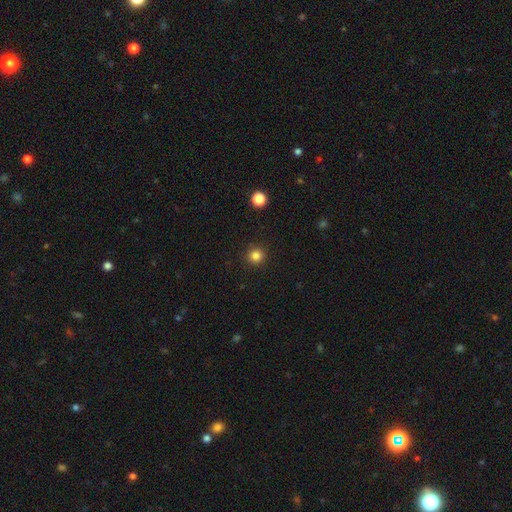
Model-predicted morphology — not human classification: This appears to be a smooth galaxy with no disk features (83%) that is round (95%). Merging: none (92%).